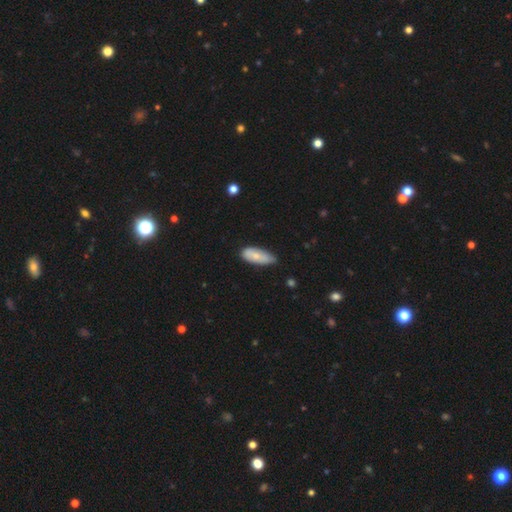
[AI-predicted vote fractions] smooth-or-featured: smooth: 76% | featured or disk: 17% | star or artifact: 6%
  how-rounded: in between: 81% | cigar-shaped: 17% | round: 2%
  merging: none: 57% | minor disturbance: 36% | major disturbance: 5% | merger: 2%